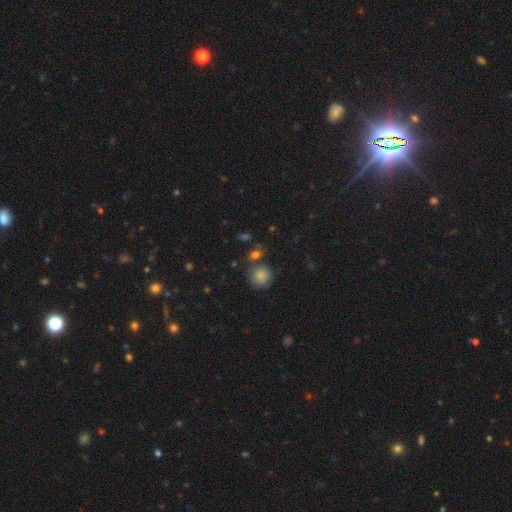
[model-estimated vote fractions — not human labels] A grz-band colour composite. It shows a smooth galaxy with no disk features (59%) that is round (90%). Merging: none (79%).